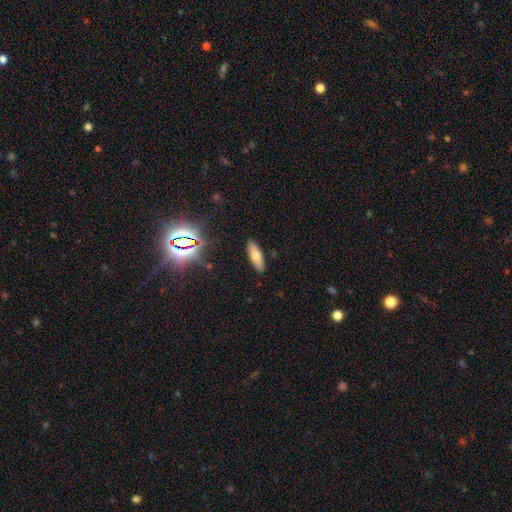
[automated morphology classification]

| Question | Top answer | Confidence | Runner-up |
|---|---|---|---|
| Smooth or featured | smooth | 68% | featured or disk (19%) |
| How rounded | cigar-shaped | 49% | in between (48%) |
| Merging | none | 89% | minor disturbance (8%) |